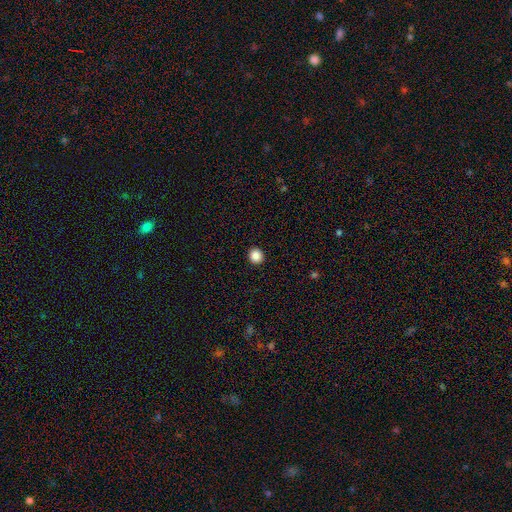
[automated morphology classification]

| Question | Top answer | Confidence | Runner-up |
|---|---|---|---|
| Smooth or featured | smooth | 87% | star or artifact (10%) |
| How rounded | round | 91% | in between (8%) |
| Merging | none | 93% | minor disturbance (4%) |